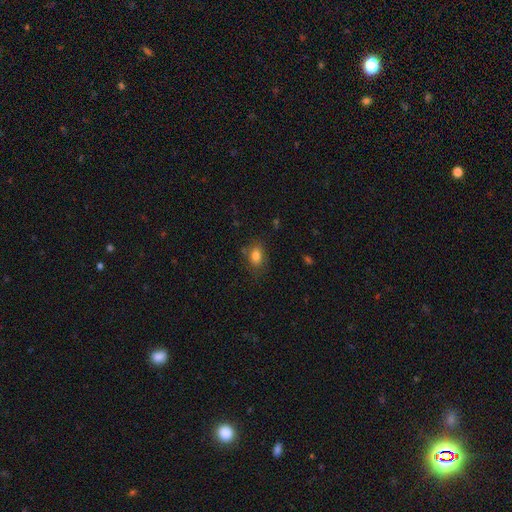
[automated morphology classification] type=smooth (81%); roundness=in between (76%); merging=none (76%).